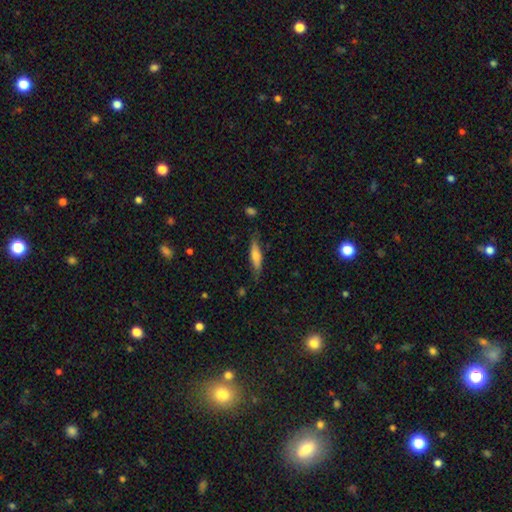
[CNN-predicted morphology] Q: Smooth or featured?
A: smooth (64%); runner-up: featured or disk (30%)
Q: How rounded?
A: cigar-shaped (73%); runner-up: in between (25%)
Q: Merging?
A: none (76%); runner-up: minor disturbance (18%)